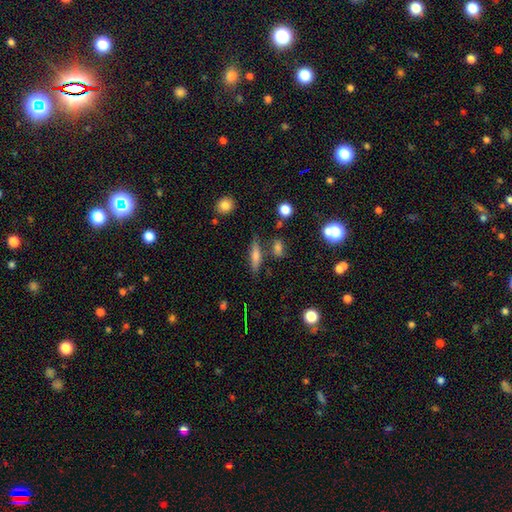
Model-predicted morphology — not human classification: A smooth galaxy with no disk features (61%) that is cigar-shaped (67%).

Vote fractions:
- Smooth or featured? smooth: 61% / featured or disk: 29% / star or artifact: 10%
- How rounded? cigar-shaped: 67% / in between: 29% / round: 4%
- Merging? none: 73% / minor disturbance: 14% / merger: 9% / major disturbance: 4%